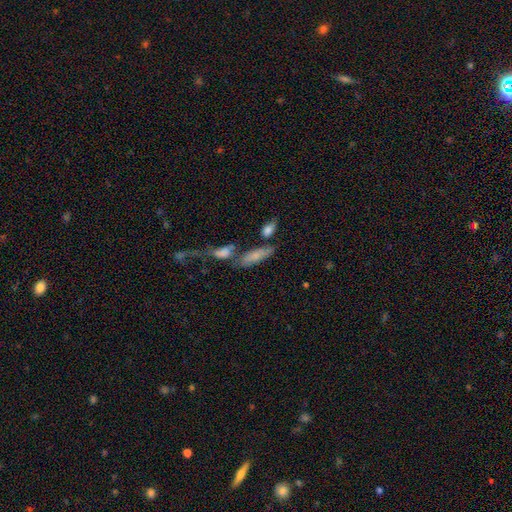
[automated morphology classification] This appears to be a smooth galaxy with no disk features (70%) that is in between round and cigar-shaped (50%). Merging: none (44%).